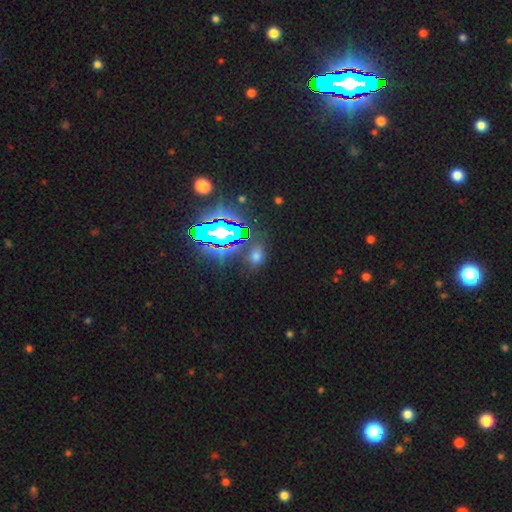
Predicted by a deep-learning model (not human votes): A smooth galaxy with no disk features (47%).

Vote fractions:
- Smooth or featured? smooth: 47% / star or artifact: 43% / featured or disk: 11%
- Merging? none: 78% / minor disturbance: 12% / major disturbance: 6% / merger: 5%